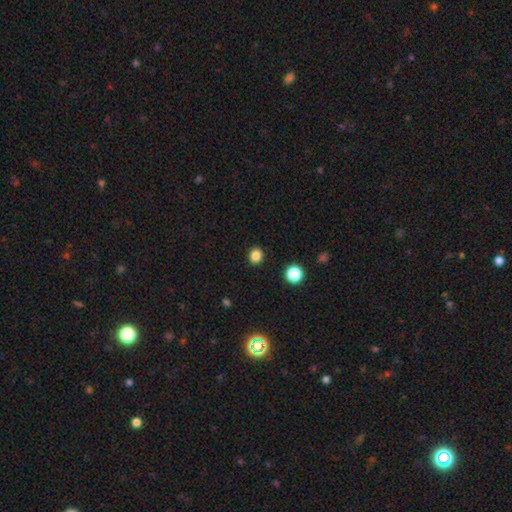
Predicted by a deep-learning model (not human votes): A smooth galaxy with no disk features (85%) that is round (75%). Merging: none (91%).